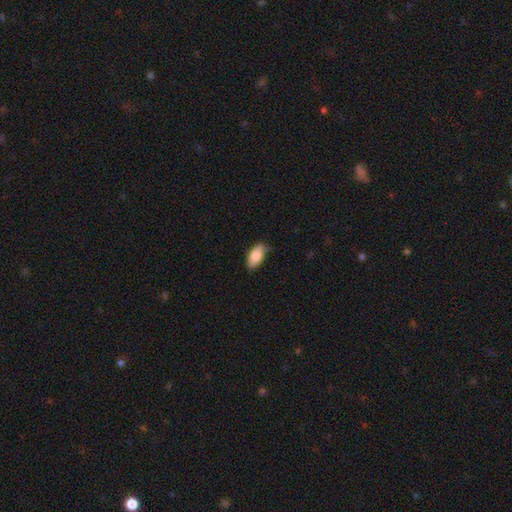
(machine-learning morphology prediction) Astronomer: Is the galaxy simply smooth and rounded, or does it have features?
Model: smooth — 84%.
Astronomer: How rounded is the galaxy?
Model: in between — 92%.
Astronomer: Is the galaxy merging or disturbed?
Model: none — 73%.